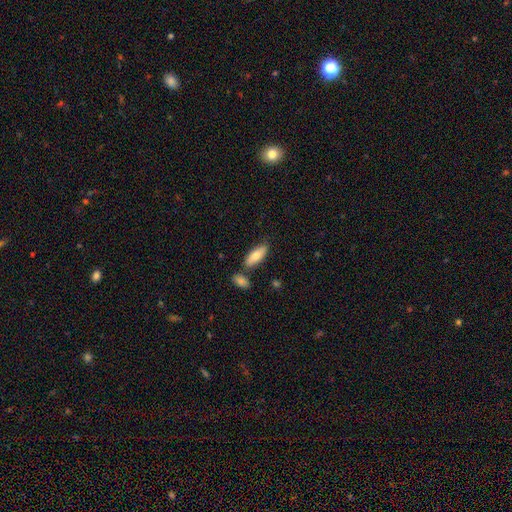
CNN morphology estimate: This appears to be a smooth galaxy with no disk features (78%) that is in between round and cigar-shaped (76%). Merging: none (74%).